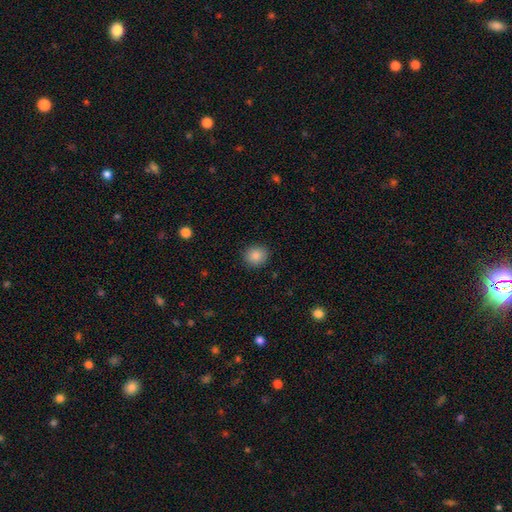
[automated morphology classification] Q: Smooth or featured?
A: smooth (87%); runner-up: star or artifact (9%)
Q: How rounded?
A: round (83%); runner-up: in between (16%)
Q: Merging?
A: none (90%); runner-up: minor disturbance (7%)